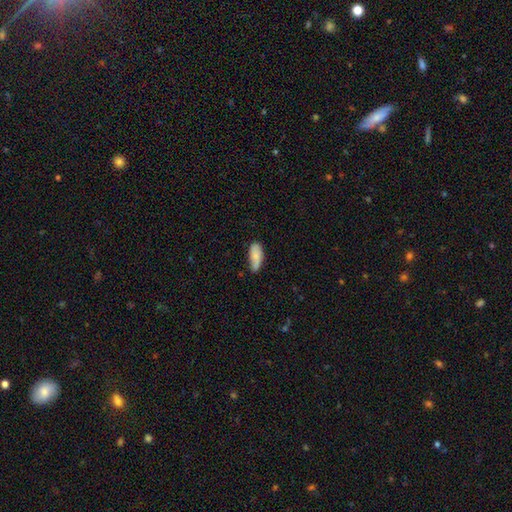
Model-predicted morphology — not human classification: Smooth or featured?
  - smooth: 75% *
  - featured or disk: 19%
  - star or artifact: 6%
How rounded?
  - in between: 83% *
  - cigar-shaped: 15%
  - round: 2%
Merging?
  - none: 56% *
  - minor disturbance: 35%
  - major disturbance: 7%
  - merger: 3%